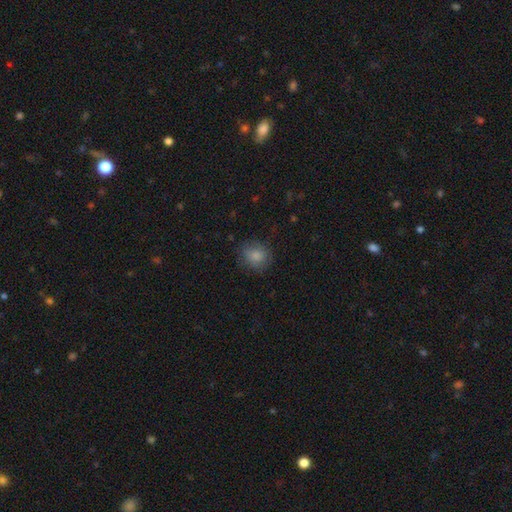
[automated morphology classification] This is clearly a smooth galaxy (84%). How rounded: likely round (77%). Merging: likely none (77%).